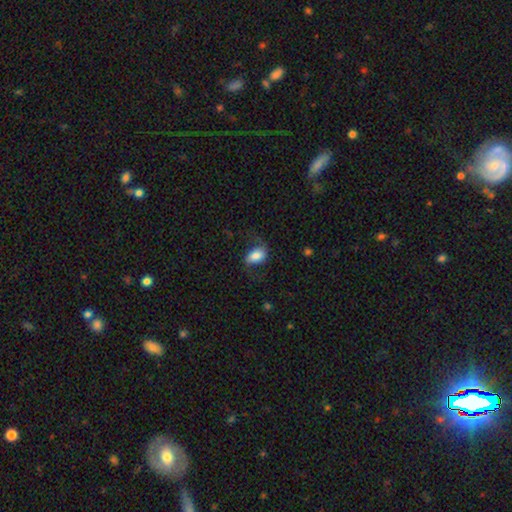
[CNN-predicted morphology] Smooth or featured? smooth (70%)
How rounded? in between (88%)
Merging? none (61%)